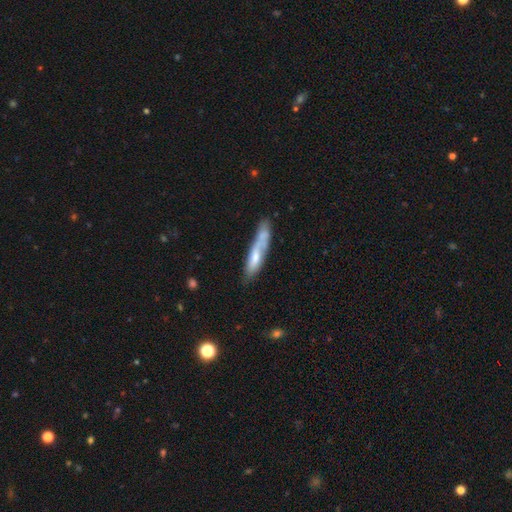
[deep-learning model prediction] This is possibly a smooth galaxy (55%). How rounded: clearly cigar-shaped (82%). Merging: possibly none (46%).